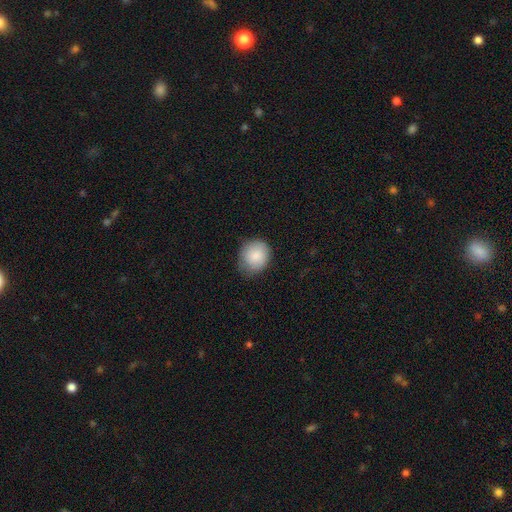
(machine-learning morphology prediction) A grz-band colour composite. It shows a smooth galaxy with no disk features (86%) that is round (73%). Merging: none (73%).